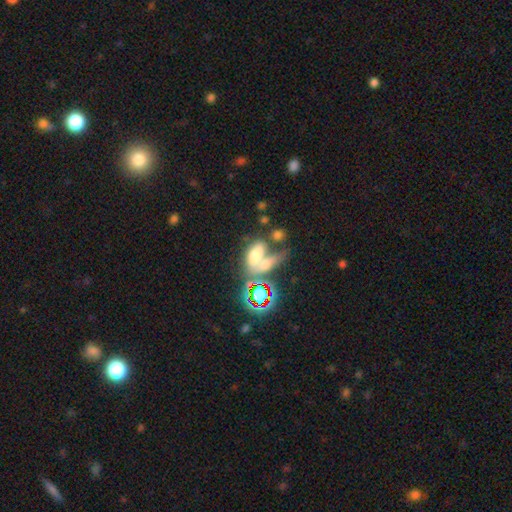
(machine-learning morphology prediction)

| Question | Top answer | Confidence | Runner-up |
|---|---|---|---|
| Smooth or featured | smooth | 60% | featured or disk (20%) |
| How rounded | in between | 83% | round (10%) |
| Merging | merger | 55% | none (25%) |